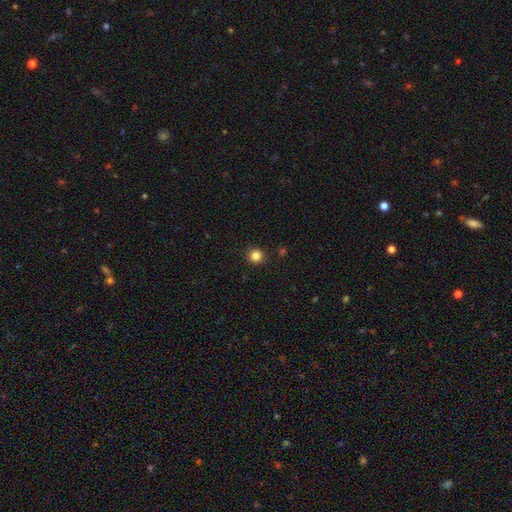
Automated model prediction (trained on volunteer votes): Q: Smooth or featured?
A: smooth (84%); runner-up: star or artifact (12%)
Q: How rounded?
A: round (95%); runner-up: in between (4%)
Q: Merging?
A: none (92%); runner-up: minor disturbance (5%)